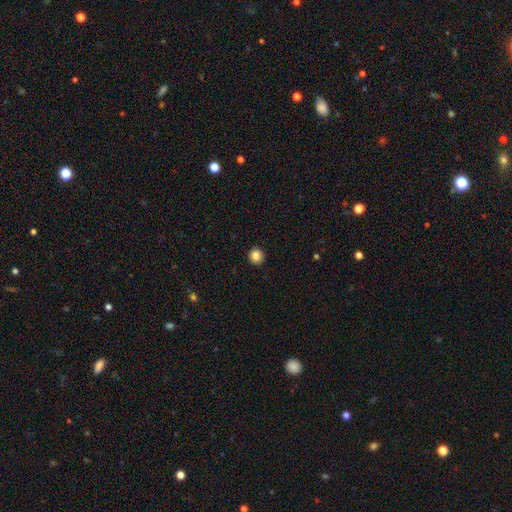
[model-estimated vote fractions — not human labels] Smooth or featured: smooth — 84% (star or artifact — 10%)
How rounded: round — 92% (in between — 7%)
Merging: none — 93% (minor disturbance — 4%)